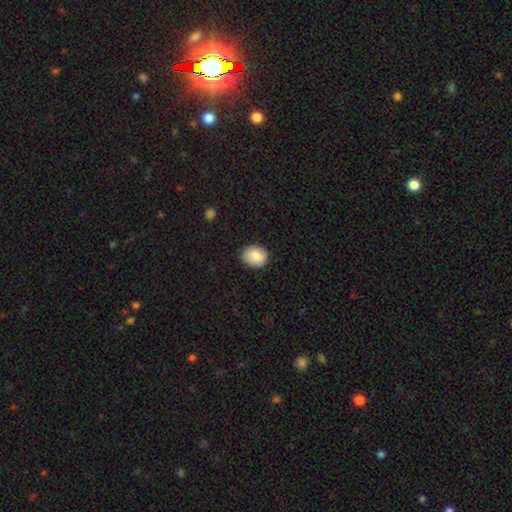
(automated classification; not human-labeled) Q: Smooth or featured?
A: smooth (81%); runner-up: featured or disk (12%)
Q: How rounded?
A: round (57%); runner-up: in between (42%)
Q: Merging?
A: none (83%); runner-up: minor disturbance (14%)